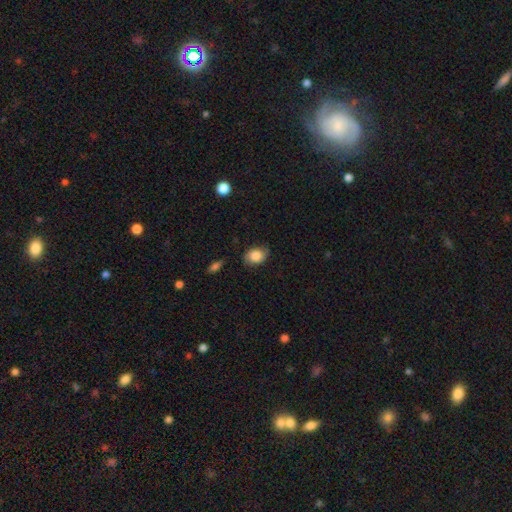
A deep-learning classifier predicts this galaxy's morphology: The model was most divided on "how rounded": in between: 69%, round: 29%, cigar-shaped: 1%. More confident: smooth or featured — smooth (78%); merging — none (74%).